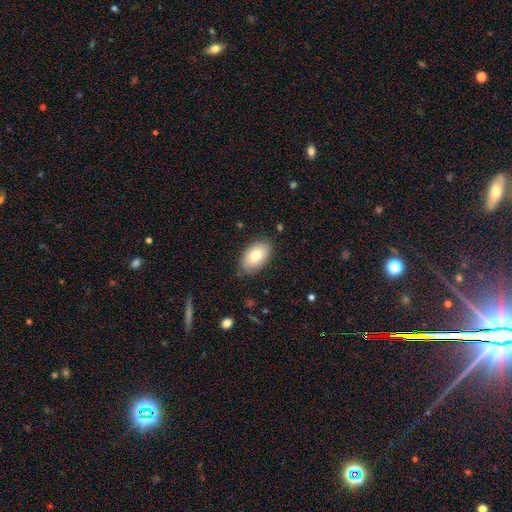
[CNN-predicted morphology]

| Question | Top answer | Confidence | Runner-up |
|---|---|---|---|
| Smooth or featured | smooth | 78% | featured or disk (15%) |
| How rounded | in between | 93% | round (6%) |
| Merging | none | 84% | minor disturbance (13%) |